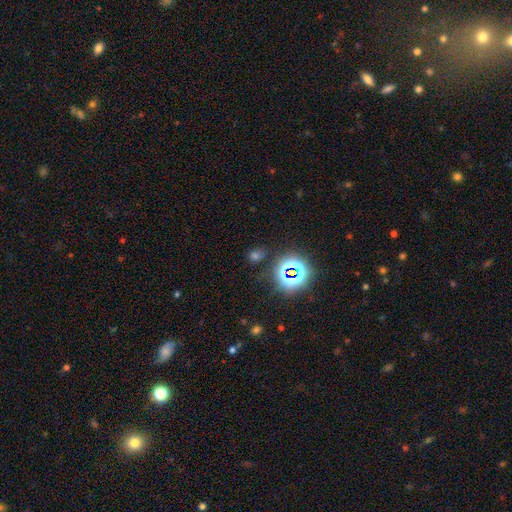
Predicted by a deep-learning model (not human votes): A smooth galaxy with no disk features (50%). Merging: none (79%).